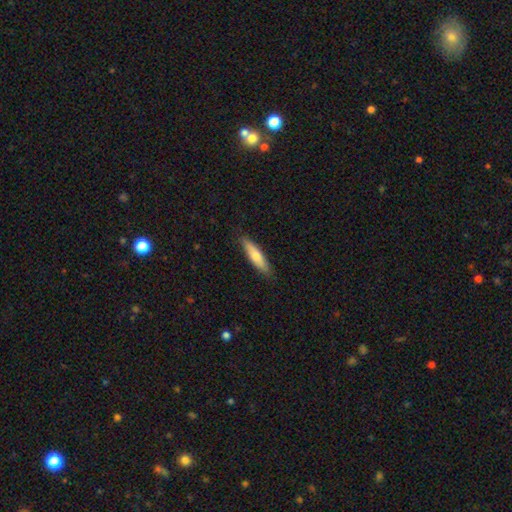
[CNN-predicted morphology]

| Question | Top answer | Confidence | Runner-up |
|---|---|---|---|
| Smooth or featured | smooth | 66% | featured or disk (28%) |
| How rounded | cigar-shaped | 74% | in between (24%) |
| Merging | none | 87% | minor disturbance (11%) |